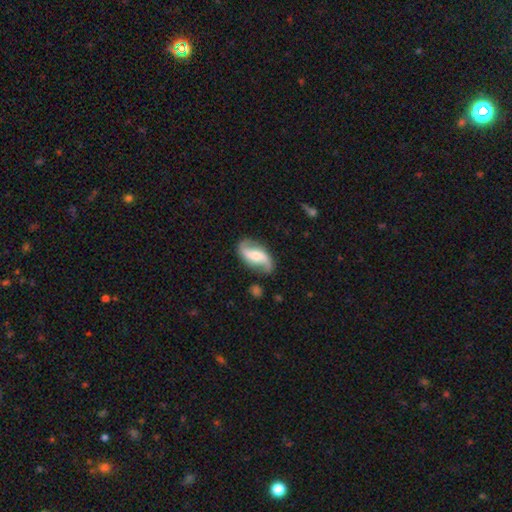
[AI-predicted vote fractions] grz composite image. It shows a featured or disk galaxy (82%) with a weak bar (38%), 2 (93%) loose (71%) spiral arms (95%) and a moderate central bulge (47%). Merging: none (80%).